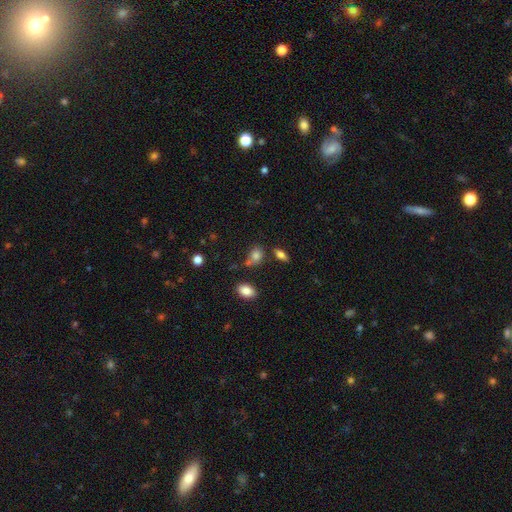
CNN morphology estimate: smooth 80%, star or artifact 12%, featured or disk 9%. Down the decision tree: how rounded — in between (63%); merging — none (60%).